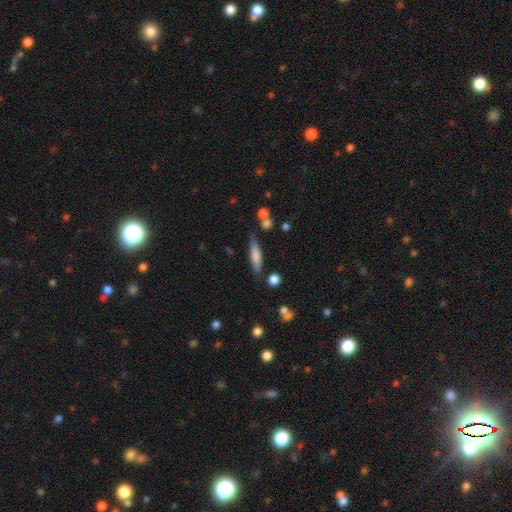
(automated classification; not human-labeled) Q: Smooth or featured?
A: smooth (70%); runner-up: featured or disk (23%)
Q: How rounded?
A: cigar-shaped (73%); runner-up: in between (25%)
Q: Merging?
A: none (75%); runner-up: minor disturbance (15%)